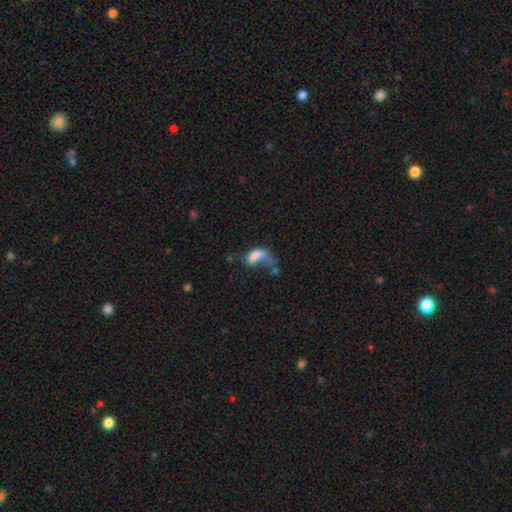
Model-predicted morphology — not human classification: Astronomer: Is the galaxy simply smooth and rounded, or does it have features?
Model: smooth — 66%.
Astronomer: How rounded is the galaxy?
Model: in between — 86%.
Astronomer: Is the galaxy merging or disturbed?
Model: major disturbance — 52%.